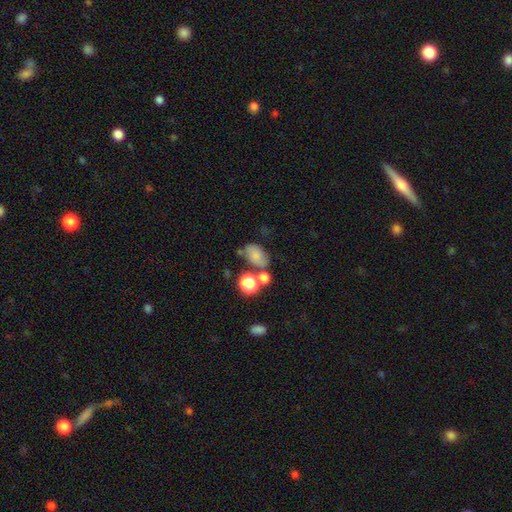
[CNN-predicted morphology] Q: Smooth or featured?
A: smooth (73%); runner-up: star or artifact (14%)
Q: How rounded?
A: in between (79%); runner-up: round (20%)
Q: Merging?
A: none (51%); runner-up: merger (22%)